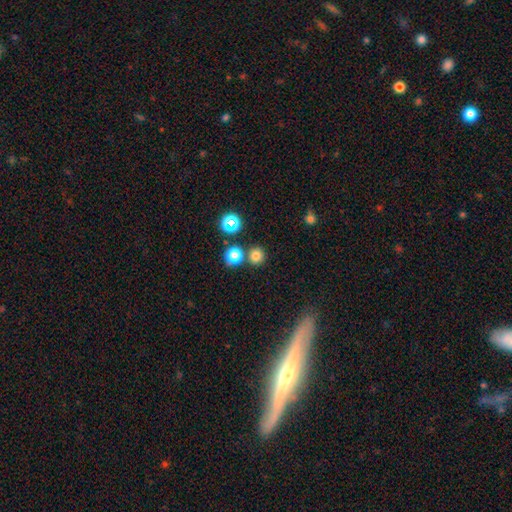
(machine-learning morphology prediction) smooth-or-featured: smooth: 75% | star or artifact: 19% | featured or disk: 6%
  how-rounded: round: 92% | in between: 7% | cigar-shaped: 1%
  merging: none: 79% | merger: 12% | minor disturbance: 7% | major disturbance: 3%